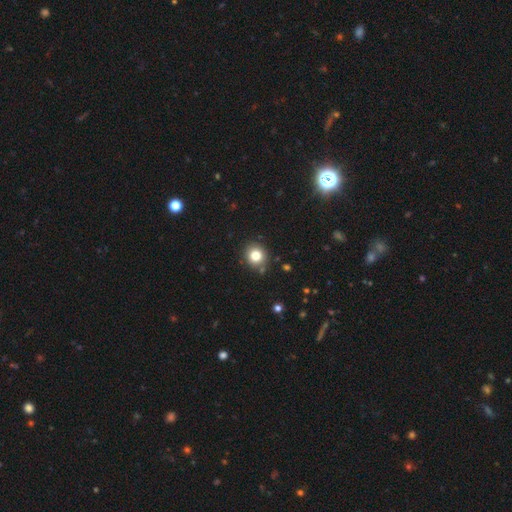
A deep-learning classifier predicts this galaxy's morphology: smooth 80%, star or artifact 12%, featured or disk 8%. Down the decision tree: how rounded — round (85%); merging — none (86%).